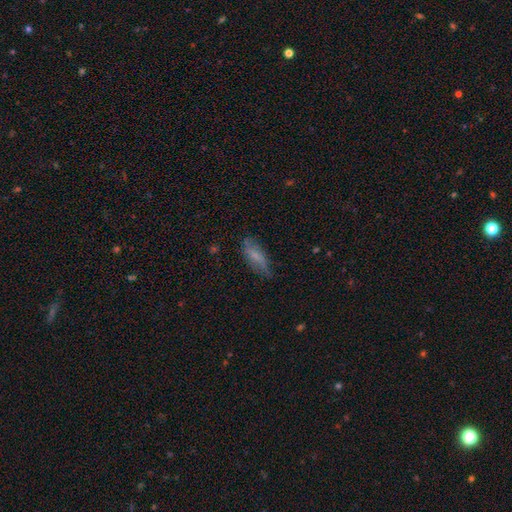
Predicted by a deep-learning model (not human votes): Smooth or featured? smooth (60%)
How rounded? in between (63%)
Merging? none (65%)